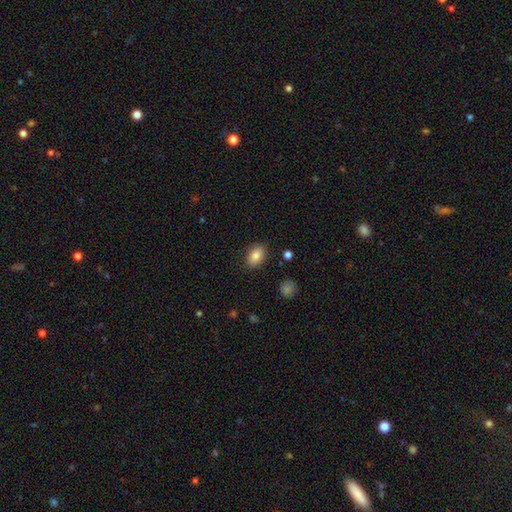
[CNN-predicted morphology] Smooth or featured? Predicted: smooth (p=0.85). How rounded? Predicted: in between (p=0.85). Merging? Predicted: none (p=0.87).